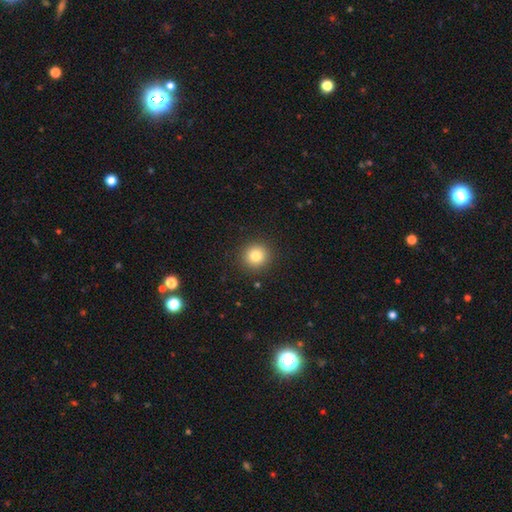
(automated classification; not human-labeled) A smooth galaxy with no disk features (81%) that is round (93%). Merging: none (91%).